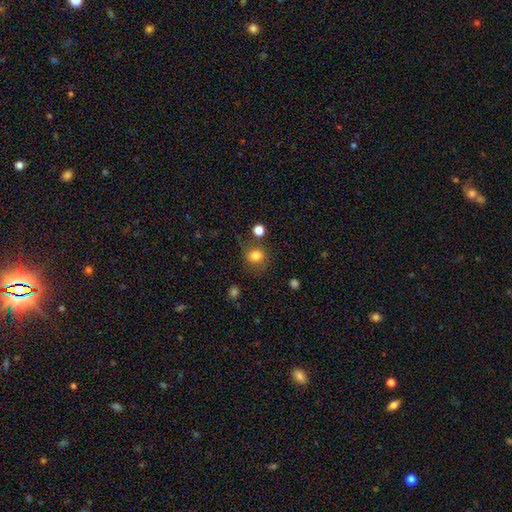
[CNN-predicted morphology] smooth-or-featured: smooth: 80% | star or artifact: 13% | featured or disk: 7%
  how-rounded: round: 79% | in between: 20% | cigar-shaped: 1%
  merging: none: 72% | minor disturbance: 15% | merger: 7% | major disturbance: 6%